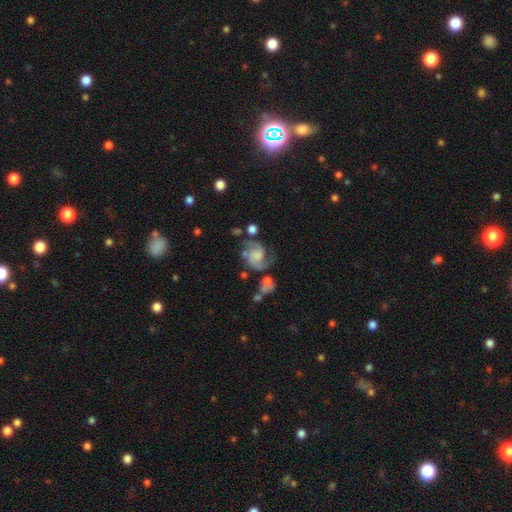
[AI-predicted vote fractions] Overall: featured or disk (79%). Edge-on disk: no (98%). Bar: no (64%; weak 30%). Spiral arms: yes (94%). Spiral arm count: 2 (78%). Spiral winding: medium (49%; tight 26%). Bulge size: moderate (30%; none 29%). Merging: none (46%; minor disturbance 21%).